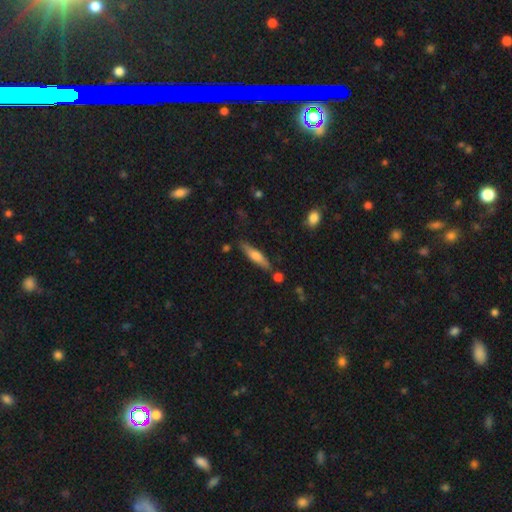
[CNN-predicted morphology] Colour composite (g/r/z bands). It shows a smooth galaxy with no disk features (51%) that is cigar-shaped (79%). Merging: none (78%).